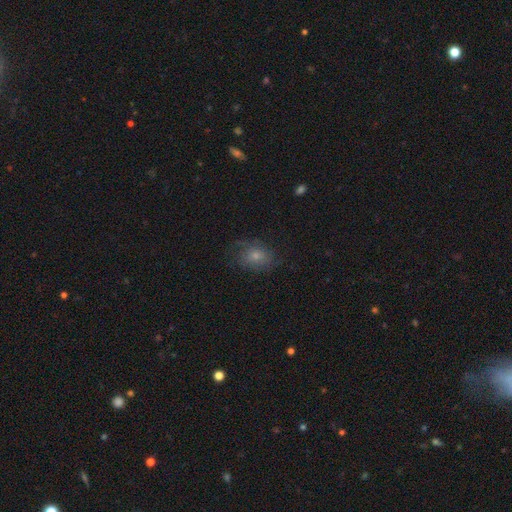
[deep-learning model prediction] This is possibly a smooth galaxy (56%). How rounded: possibly in between (55%). Merging: likely none (63%).